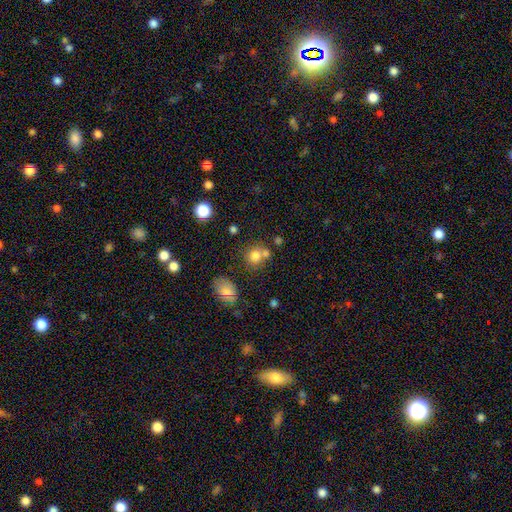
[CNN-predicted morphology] smooth_or_featured: smooth (p=0.77) [alt: star or artifact p=0.13]
how_rounded: round (p=0.79) [alt: in between p=0.20]
merging: none (p=0.52) [alt: merger p=0.33]